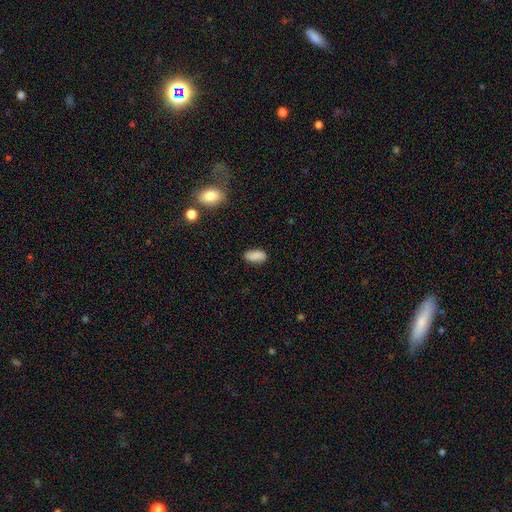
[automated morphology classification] Smooth or featured?
  - smooth: 86% *
  - star or artifact: 9%
  - featured or disk: 6%
How rounded?
  - in between: 90% *
  - cigar-shaped: 7%
  - round: 3%
Merging?
  - none: 81% *
  - minor disturbance: 14%
  - major disturbance: 3%
  - merger: 2%